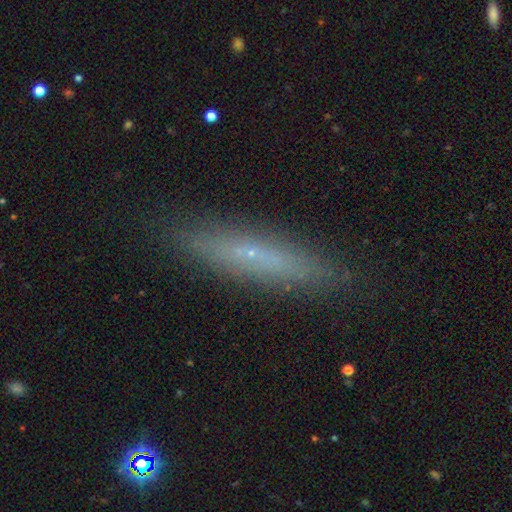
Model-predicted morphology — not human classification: Smooth or featured? featured or disk (46%)
Merging? none (87%)